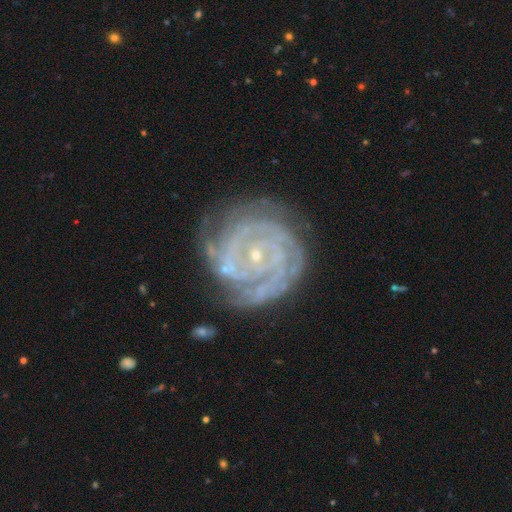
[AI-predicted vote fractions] Q: Smooth or featured?
A: featured or disk (89%); runner-up: star or artifact (6%)
Q: Edge-on disk?
A: no (97%); runner-up: yes (3%)
Q: Bar?
A: no (69%); runner-up: weak (21%)
Q: Spiral arms?
A: yes (98%); runner-up: no (2%)
Q: Spiral winding?
A: tight (83%); runner-up: medium (14%)
Q: Spiral arm count?
A: 3 (25%); runner-up: 2 (22%)
Q: Bulge size?
A: small (85%); runner-up: moderate (11%)
Q: Merging?
A: none (69%); runner-up: minor disturbance (20%)